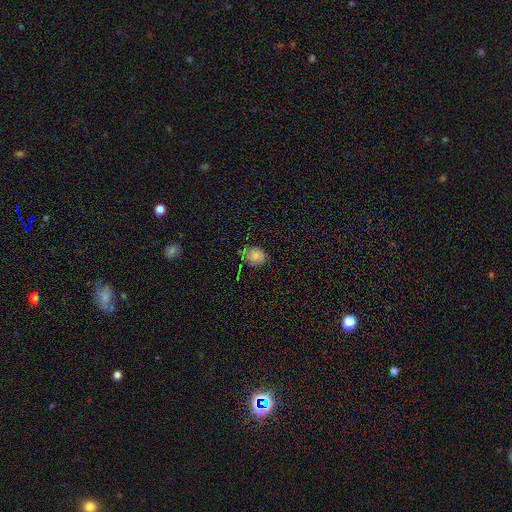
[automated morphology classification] smooth_or_featured: smooth (p=0.69) [alt: star or artifact p=0.18]
how_rounded: round (p=0.51) [alt: in between p=0.47]
merging: none (p=0.71) [alt: minor disturbance p=0.22]